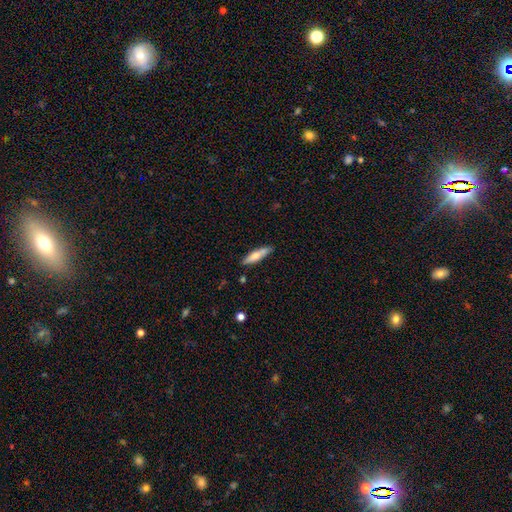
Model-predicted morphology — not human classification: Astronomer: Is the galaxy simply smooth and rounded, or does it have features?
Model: smooth — 65%.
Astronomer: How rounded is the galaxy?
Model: cigar-shaped — 75%.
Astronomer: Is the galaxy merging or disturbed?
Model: none — 81%.